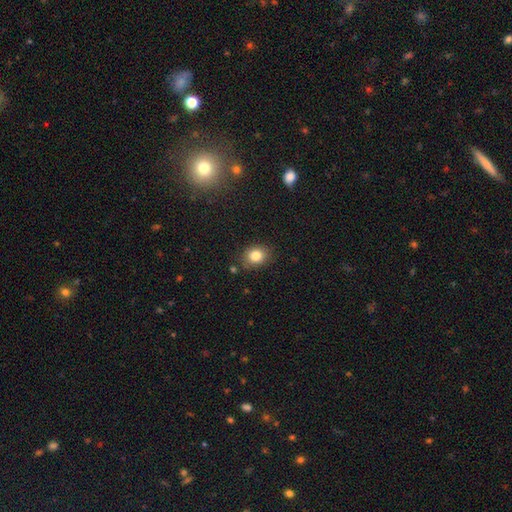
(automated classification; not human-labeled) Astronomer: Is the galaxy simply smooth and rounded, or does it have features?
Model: smooth — 83%.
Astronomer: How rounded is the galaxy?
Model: round — 56% (runner-up: in between, 43%).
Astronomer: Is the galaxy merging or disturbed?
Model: none — 82%.